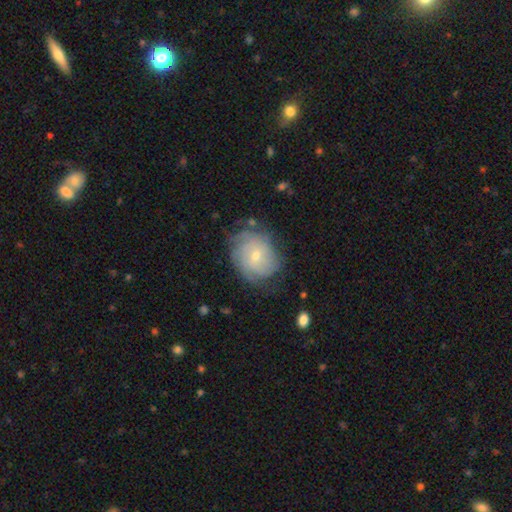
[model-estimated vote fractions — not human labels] Smooth or featured? featured or disk (64%)
Edge-on disk? no (97%)
Bar? no (78%)
Spiral arms? yes (85%)
Spiral winding? tight (66%)
Spiral arm count? can't tell (52%)
Bulge size? small (64%)
Merging? none (69%)